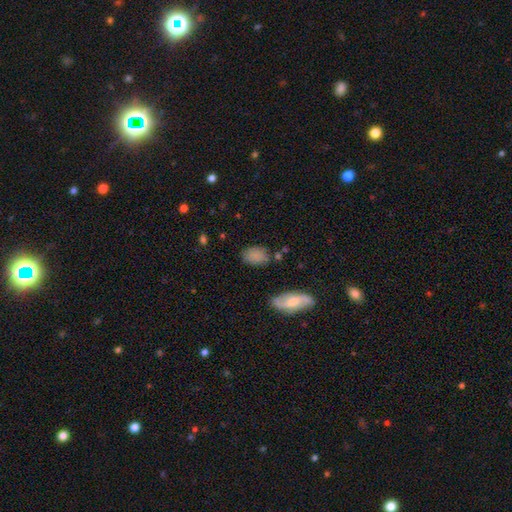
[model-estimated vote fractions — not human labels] Q: Smooth or featured?
A: smooth (77%); runner-up: featured or disk (13%)
Q: How rounded?
A: in between (81%); runner-up: round (17%)
Q: Merging?
A: none (67%); runner-up: minor disturbance (21%)